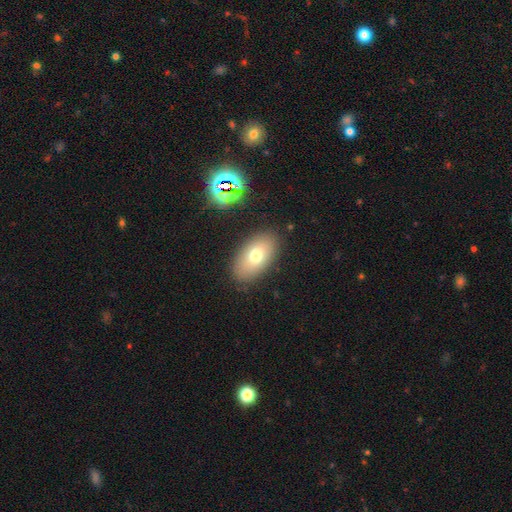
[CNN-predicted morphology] Smooth or featured? Predicted: smooth (p=0.71). How rounded? Predicted: in between (p=0.92). Merging? Predicted: none (p=0.87).